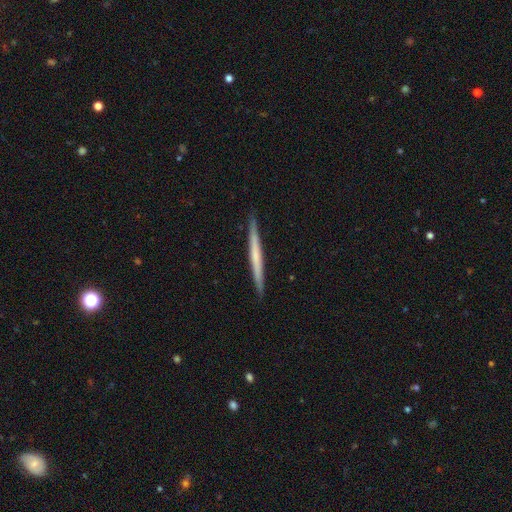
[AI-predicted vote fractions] A featured or disk galaxy (50%) viewed edge-on (97%).

Vote fractions:
- Smooth or featured? featured or disk: 50% / smooth: 44% / star or artifact: 5%
- Edge-on disk? yes: 97% / no: 3%
- Merging? none: 91% / minor disturbance: 7% / major disturbance: 1% / merger: 1%